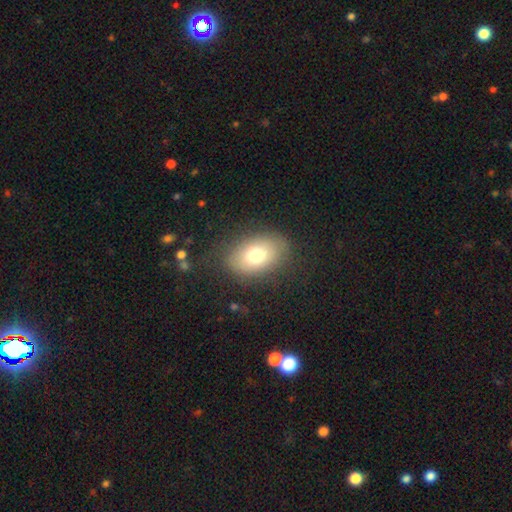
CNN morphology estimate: Smooth or featured? Predicted: smooth (p=0.75). How rounded? Predicted: in between (p=0.84). Merging? Predicted: none (p=0.79).